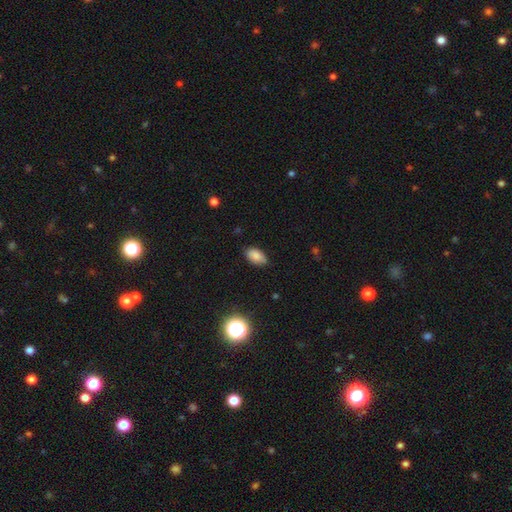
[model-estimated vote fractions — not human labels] smooth-or-featured: smooth: 82% | star or artifact: 10% | featured or disk: 8%
  how-rounded: in between: 92% | round: 6% | cigar-shaped: 2%
  merging: none: 81% | minor disturbance: 16% | major disturbance: 3% | merger: 1%